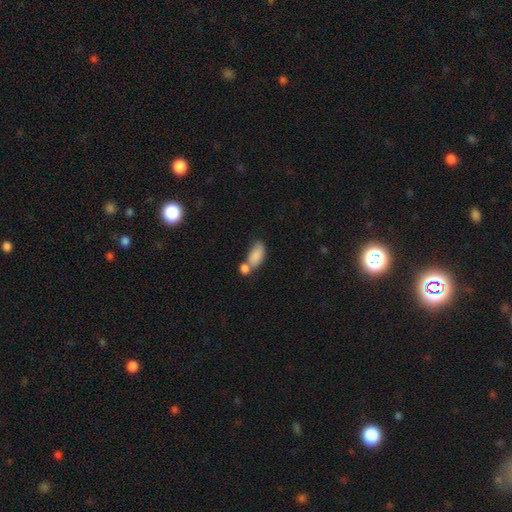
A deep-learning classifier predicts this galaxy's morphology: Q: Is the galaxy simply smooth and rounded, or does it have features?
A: smooth — 84%.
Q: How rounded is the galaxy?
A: in between — 89%.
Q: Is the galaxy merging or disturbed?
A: merger — 45%.